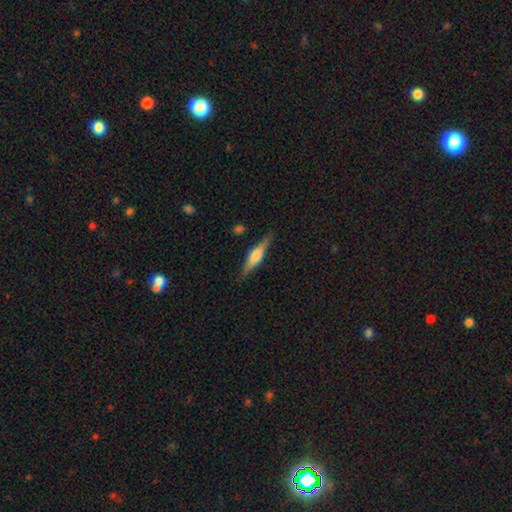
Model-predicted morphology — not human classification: Smooth or featured?
  - featured or disk: 63% *
  - smooth: 31%
  - star or artifact: 6%
Edge-on disk?
  - yes: 97% *
  - no: 3%
Edge-on bulge?
  - rounded: 81% *
  - boxy: 15%
  - none: 4%
Merging?
  - none: 87% *
  - minor disturbance: 9%
  - major disturbance: 2%
  - merger: 1%